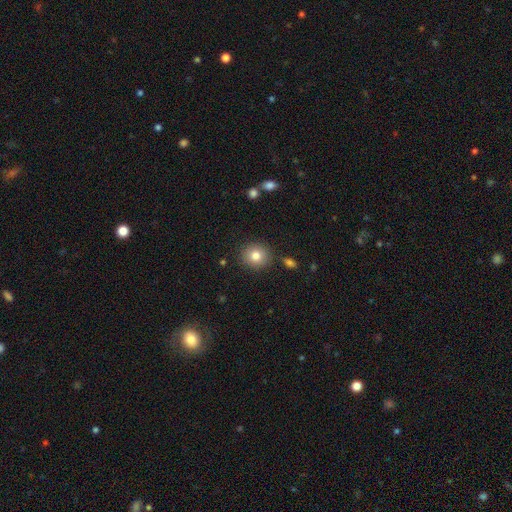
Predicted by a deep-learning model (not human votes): Smooth or featured: smooth — 81% (star or artifact — 10%)
How rounded: round — 84% (in between — 15%)
Merging: none — 87% (minor disturbance — 8%)